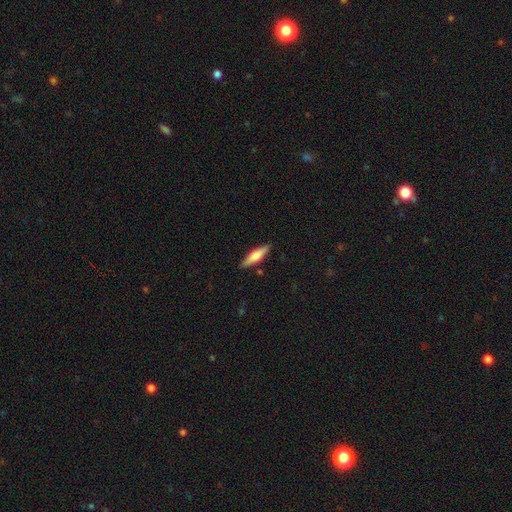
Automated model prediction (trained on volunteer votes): Overall: smooth (60%; featured or disk 34%). How rounded: cigar-shaped (70%). Merging: none (87%).